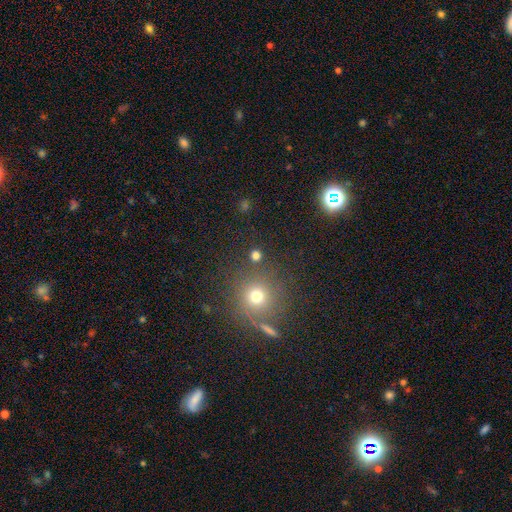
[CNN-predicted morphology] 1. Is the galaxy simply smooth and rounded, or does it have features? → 73% smooth, 21% star or artifact, 6% featured or disk.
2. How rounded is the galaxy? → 92% round, 7% in between, 1% cigar-shaped.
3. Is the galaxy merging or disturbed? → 84% none, 7% merger, 6% minor disturbance, 3% major disturbance.